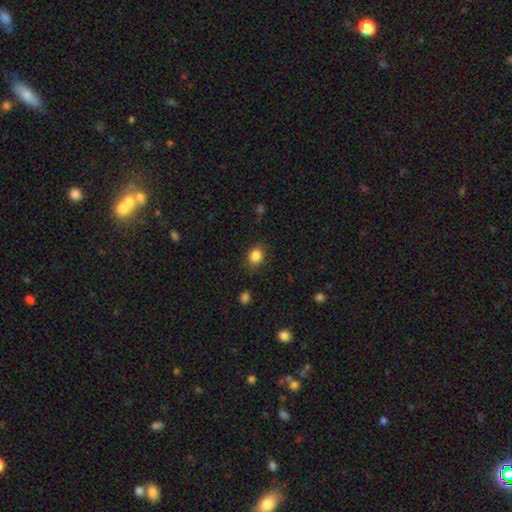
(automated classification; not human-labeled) Overall: smooth (84%). How rounded: round (52%; in between 47%). Merging: none (83%).